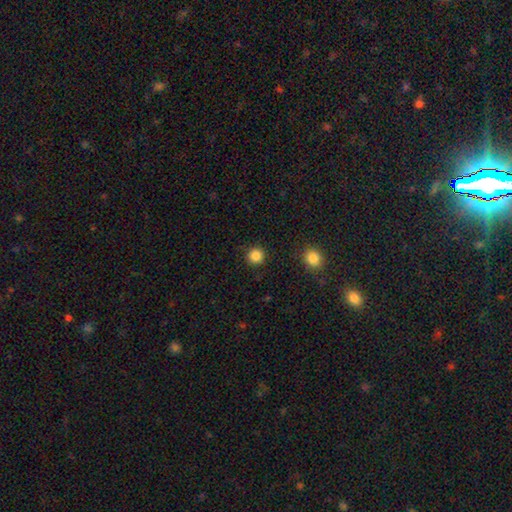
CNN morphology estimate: This appears to be a smooth galaxy with no disk features (86%) that is round (94%). Merging: none (91%).